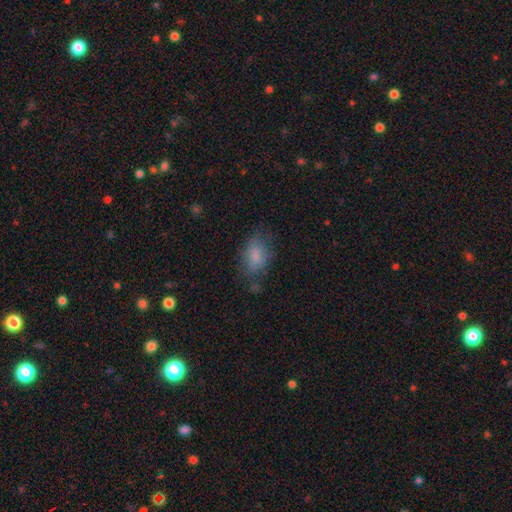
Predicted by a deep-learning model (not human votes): smooth-or-featured: smooth: 79% | featured or disk: 13% | star or artifact: 9%
  how-rounded: in between: 87% | round: 10% | cigar-shaped: 3%
  merging: none: 63% | minor disturbance: 24% | major disturbance: 10% | merger: 3%